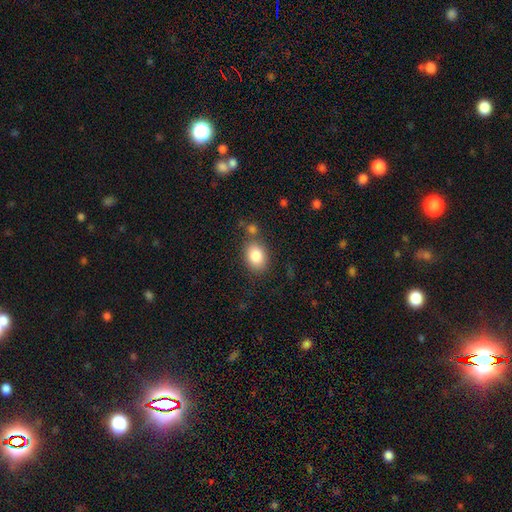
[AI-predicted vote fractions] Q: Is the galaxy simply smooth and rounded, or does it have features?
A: smooth — 85%.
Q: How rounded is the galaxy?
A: in between — 71%.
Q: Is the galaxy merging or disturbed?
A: none — 70%.